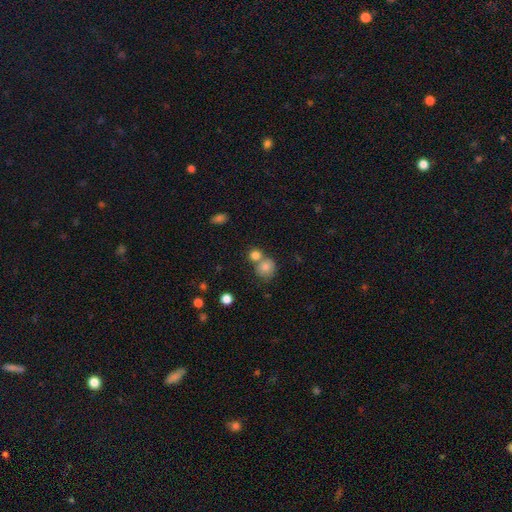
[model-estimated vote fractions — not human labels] The model was most divided on "merging": none: 50%, merger: 38%, minor disturbance: 8%, major disturbance: 3%. More confident: how rounded — round (84%); smooth or featured — smooth (81%).